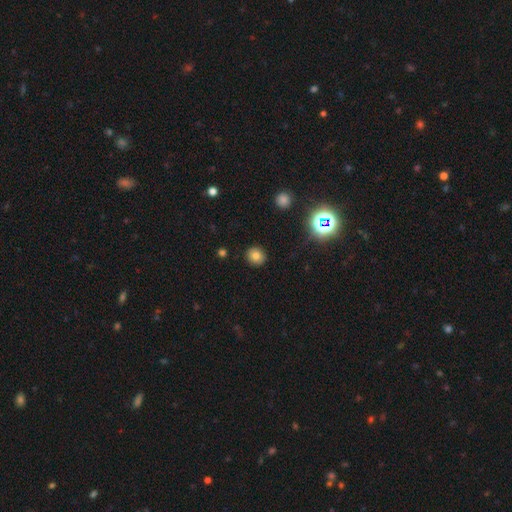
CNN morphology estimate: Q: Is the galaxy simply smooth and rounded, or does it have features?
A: smooth — 76%.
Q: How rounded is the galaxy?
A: round — 90%.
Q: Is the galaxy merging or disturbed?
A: none — 91%.